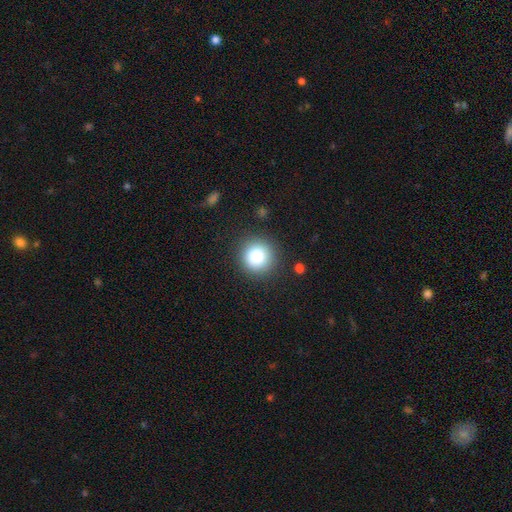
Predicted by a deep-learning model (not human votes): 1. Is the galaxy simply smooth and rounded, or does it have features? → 81% smooth, 12% star or artifact, 8% featured or disk.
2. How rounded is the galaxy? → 94% round, 5% in between, 1% cigar-shaped.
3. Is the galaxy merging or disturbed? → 89% none, 7% minor disturbance, 3% major disturbance, 1% merger.